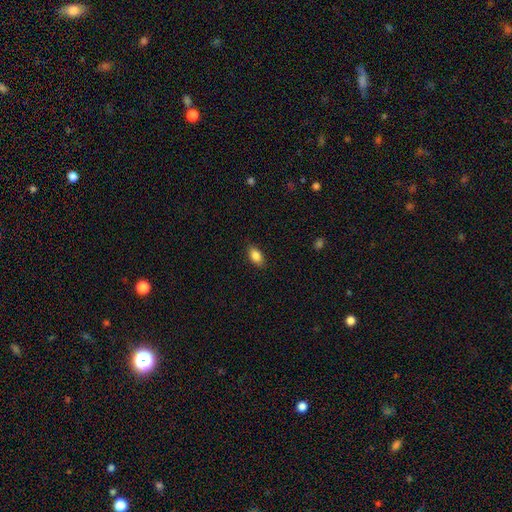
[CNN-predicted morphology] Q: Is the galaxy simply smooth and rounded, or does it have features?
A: smooth — 87%.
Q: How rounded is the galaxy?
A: in between — 90%.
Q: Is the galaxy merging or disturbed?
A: none — 87%.